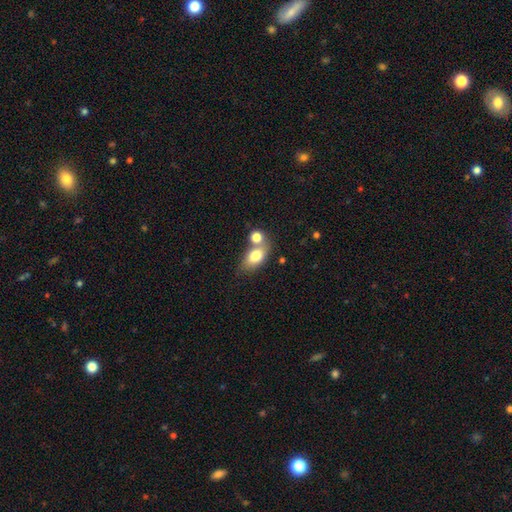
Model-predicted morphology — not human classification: Smooth or featured? smooth (76%)
How rounded? in between (81%)
Merging? merger (43%)